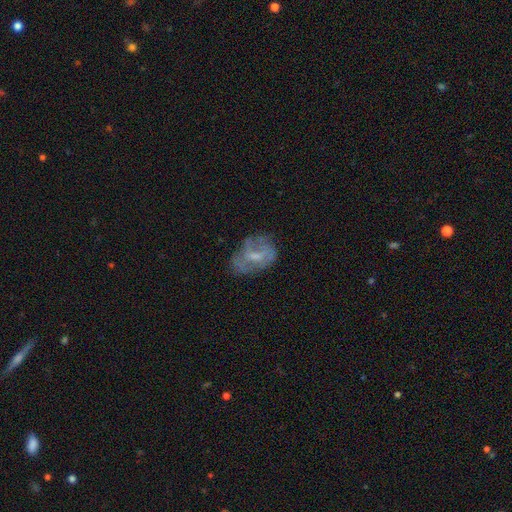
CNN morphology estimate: Q: Smooth or featured?
A: featured or disk (58%); runner-up: smooth (32%)
Q: Edge-on disk?
A: no (96%); runner-up: yes (4%)
Q: Bar?
A: no (51%); runner-up: weak (40%)
Q: Spiral arms?
A: no (53%); runner-up: yes (47%)
Q: Bulge size?
A: small (44%); runner-up: moderate (36%)
Q: Merging?
A: none (54%); runner-up: minor disturbance (25%)